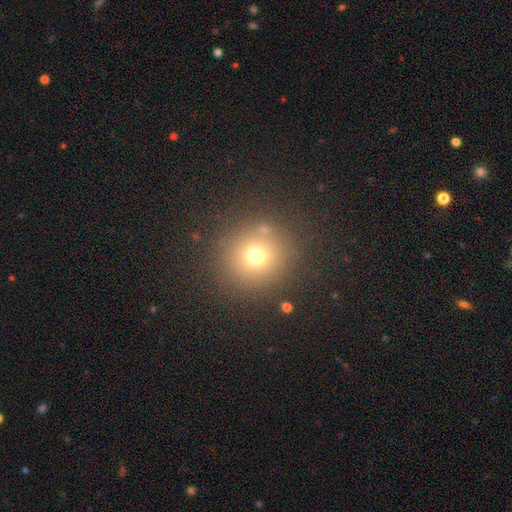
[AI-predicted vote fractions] Smooth or featured? Predicted: smooth (p=0.69). How rounded? Predicted: round (p=0.93). Merging? Predicted: none (p=0.84).